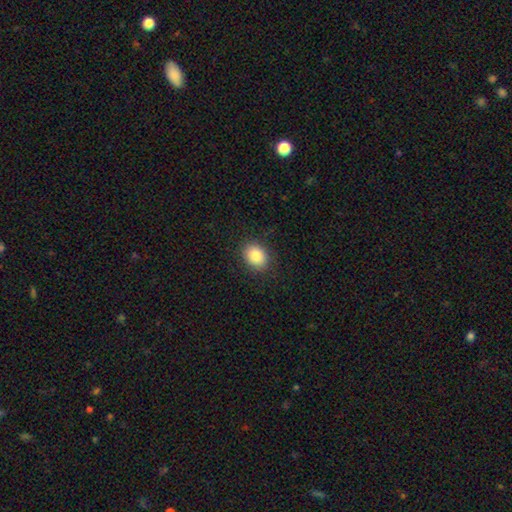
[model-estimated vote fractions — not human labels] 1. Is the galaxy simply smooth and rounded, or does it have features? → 85% smooth, 9% star or artifact, 6% featured or disk.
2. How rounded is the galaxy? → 57% in between, 43% round, 1% cigar-shaped.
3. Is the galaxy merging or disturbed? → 88% none, 9% minor disturbance, 3% major disturbance, 1% merger.